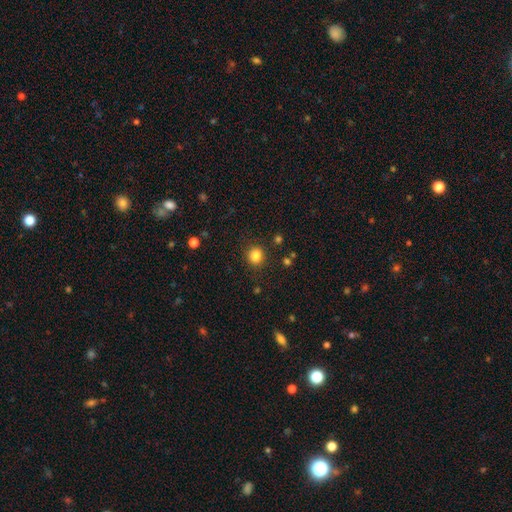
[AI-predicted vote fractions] smooth 84%, star or artifact 12%, featured or disk 5%. Down the decision tree: how rounded — round (88%); merging — none (89%).